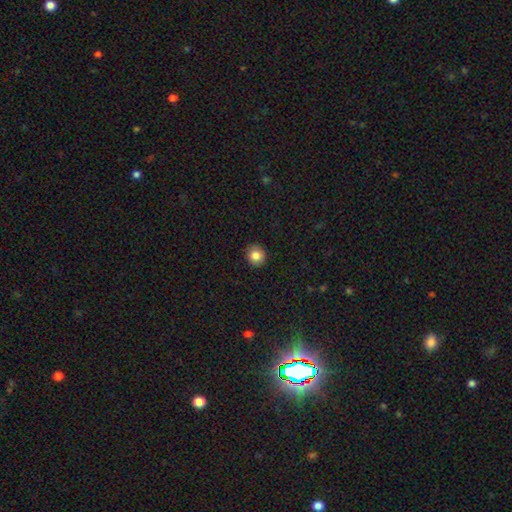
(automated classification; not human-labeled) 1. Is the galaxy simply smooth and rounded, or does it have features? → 84% smooth, 10% star or artifact, 6% featured or disk.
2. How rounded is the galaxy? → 88% round, 11% in between, 1% cigar-shaped.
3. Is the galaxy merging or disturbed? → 91% none, 6% minor disturbance, 2% major disturbance, 1% merger.